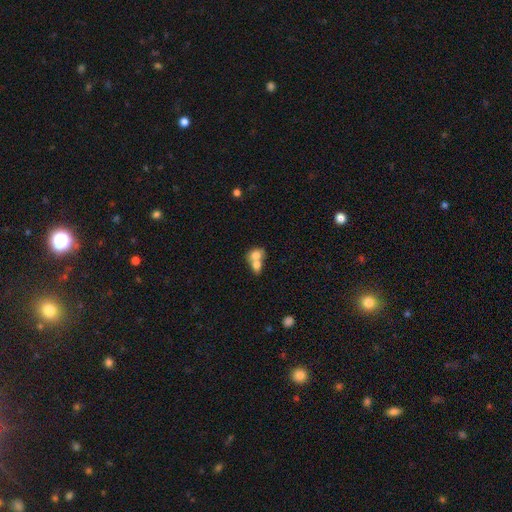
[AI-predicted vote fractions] smooth_or_featured: smooth (p=0.72) [alt: featured or disk p=0.19]
how_rounded: in between (p=0.56) [alt: round p=0.42]
merging: merger (p=0.75) [alt: none p=0.17]